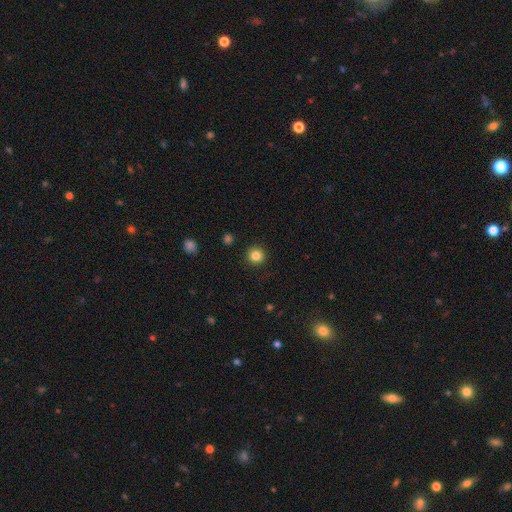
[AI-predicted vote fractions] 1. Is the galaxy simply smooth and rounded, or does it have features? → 84% smooth, 11% star or artifact, 5% featured or disk.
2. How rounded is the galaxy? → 95% round, 4% in between, 1% cigar-shaped.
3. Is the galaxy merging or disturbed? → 92% none, 5% minor disturbance, 2% major disturbance, 1% merger.